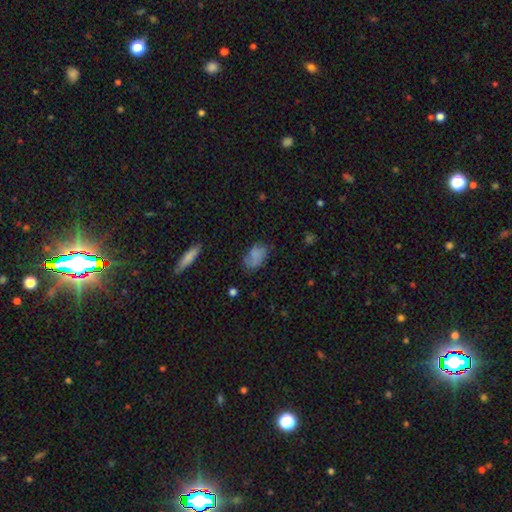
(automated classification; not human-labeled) Smooth or featured: smooth — 74% (featured or disk — 16%)
How rounded: in between — 87% (round — 12%)
Merging: none — 59% (minor disturbance — 27%)